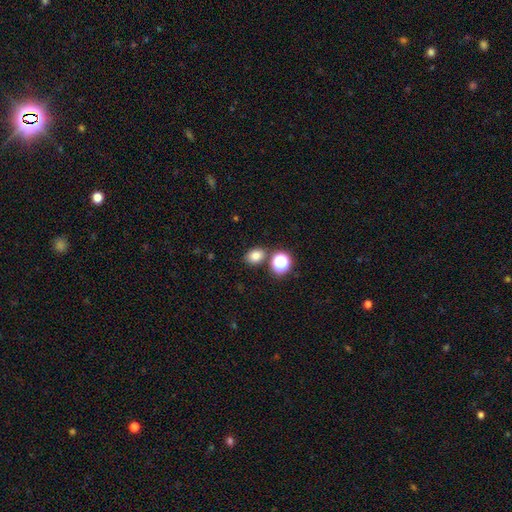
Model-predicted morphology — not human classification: Q: Smooth or featured?
A: smooth (79%); runner-up: star or artifact (15%)
Q: How rounded?
A: in between (55%); runner-up: round (44%)
Q: Merging?
A: none (77%); runner-up: merger (10%)